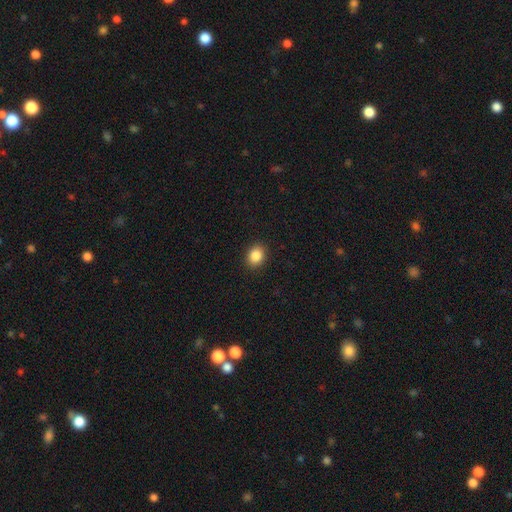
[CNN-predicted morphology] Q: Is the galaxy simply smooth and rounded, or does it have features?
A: smooth — 87%.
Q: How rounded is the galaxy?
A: round — 54%.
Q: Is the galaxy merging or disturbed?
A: none — 90%.